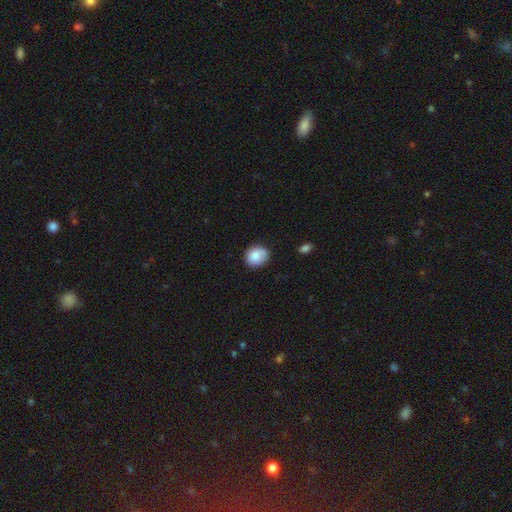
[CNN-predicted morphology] smooth 82%, featured or disk 10%, star or artifact 8%. Down the decision tree: how rounded — round (69%); merging — none (69%).